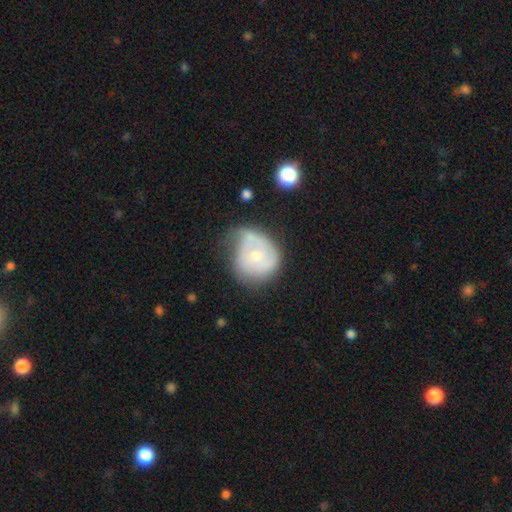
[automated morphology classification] A smooth galaxy with no disk features (46%, tied with featured or disk).

Vote fractions:
- Smooth or featured? smooth: 46% (tied) / featured or disk: 46% (tied) / star or artifact: 8%
- Merging? minor disturbance: 38% / none: 30% / major disturbance: 24% / merger: 8%